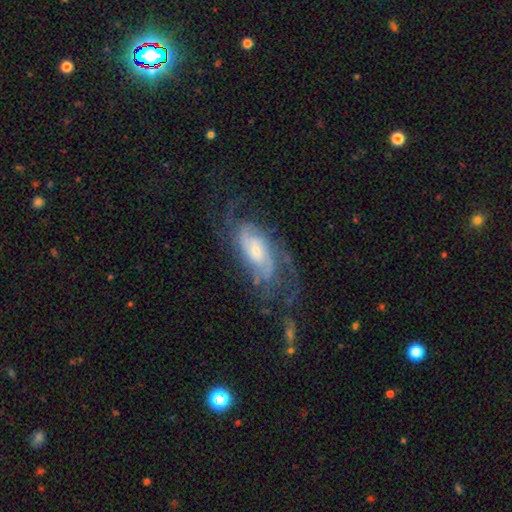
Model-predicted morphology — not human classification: A featured or disk galaxy (82%) with no bar (60%), 2 (36%) tight (43%) spiral arms (93%) and a small central bulge (53%).

Vote fractions:
- Smooth or featured? featured or disk: 82% / smooth: 12% / star or artifact: 6%
- Edge-on disk? no: 93% / yes: 7%
- Bar? no: 60% / weak: 30% / strong: 9%
- Spiral arms? yes: 93% / no: 7%
- Spiral winding? tight: 43% / medium: 39% / loose: 18%
- Spiral arm count? 2: 36% / can't tell: 31% / 3: 16% / 4: 8% / 1: 5% / more than 4: 5%
- Bulge size? small: 53% / moderate: 39% / large: 5% / none: 2% / dominant: 1%
- Merging? none: 59% / major disturbance: 20% / minor disturbance: 19% / merger: 2%